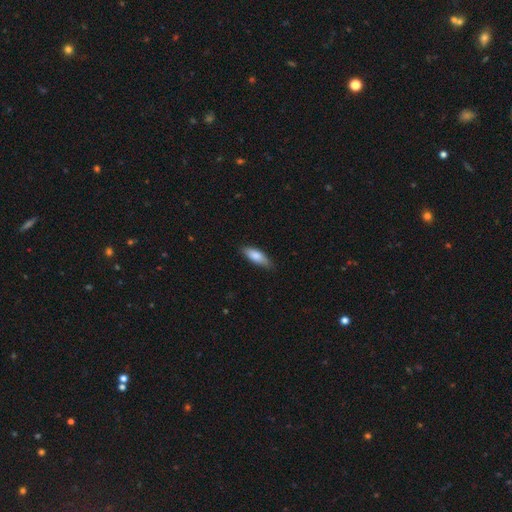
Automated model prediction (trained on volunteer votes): A smooth galaxy with no disk features (82%) that is in between round and cigar-shaped (67%). Merging: none (81%).